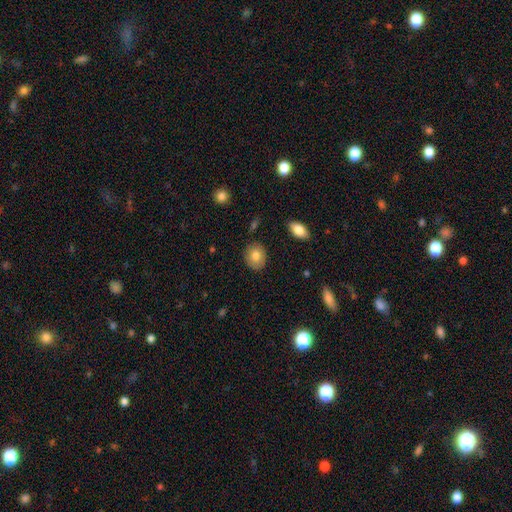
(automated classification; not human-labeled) This is likely a smooth galaxy (78%). How rounded: possibly round (53%). Merging: clearly none (85%).